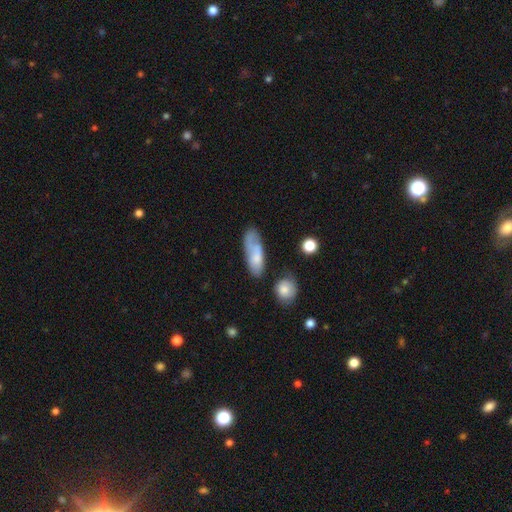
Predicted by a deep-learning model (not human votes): smooth_or_featured: smooth (p=0.65) [alt: featured or disk p=0.27]
how_rounded: in between (p=0.67) [alt: cigar-shaped p=0.30]
merging: none (p=0.42) [alt: minor disturbance p=0.27]